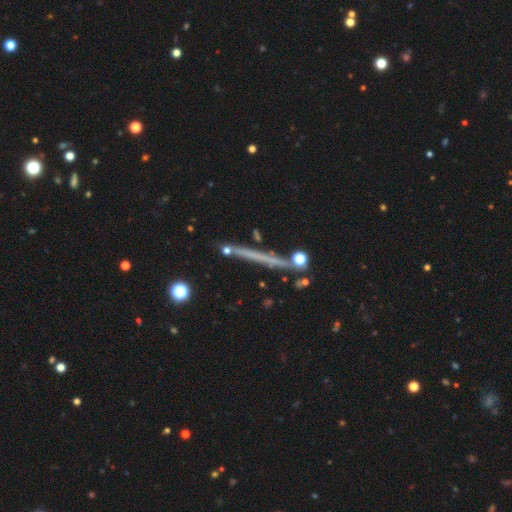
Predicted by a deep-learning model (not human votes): Morphology: type=featured or disk (48%); merging=none (82%).